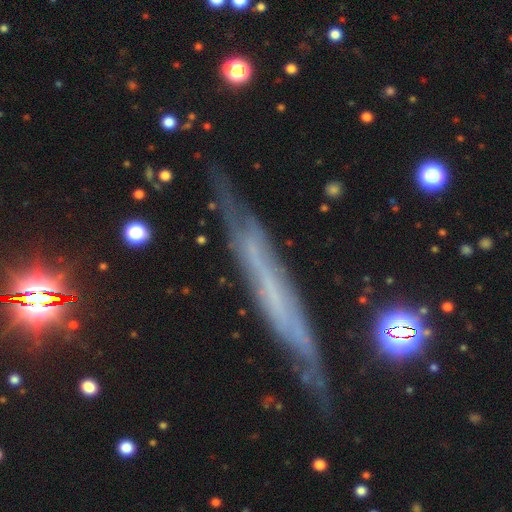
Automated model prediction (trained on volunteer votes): Smooth or featured?
  - featured or disk: 66% *
  - smooth: 25%
  - star or artifact: 10%
Edge-on disk?
  - yes: 83% *
  - no: 17%
Edge-on bulge?
  - none: 83% *
  - boxy: 8%
  - rounded: 8%
Merging?
  - none: 73% *
  - minor disturbance: 20%
  - major disturbance: 5%
  - merger: 3%